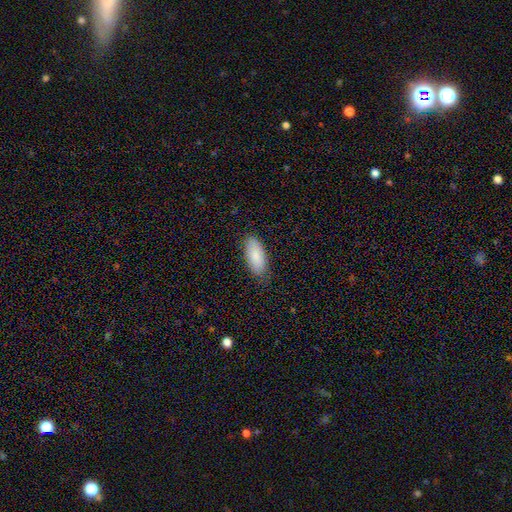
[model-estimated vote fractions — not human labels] smooth-or-featured: smooth: 85% | featured or disk: 9% | star or artifact: 6%
  how-rounded: in between: 84% | cigar-shaped: 14% | round: 2%
  merging: none: 77% | minor disturbance: 19% | major disturbance: 3% | merger: 1%